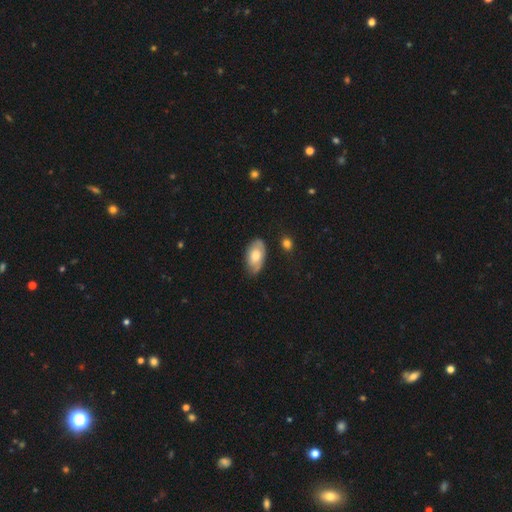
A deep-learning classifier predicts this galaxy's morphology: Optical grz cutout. It shows a smooth galaxy with no disk features (64%) that is in between round and cigar-shaped (94%). Merging: none (72%).